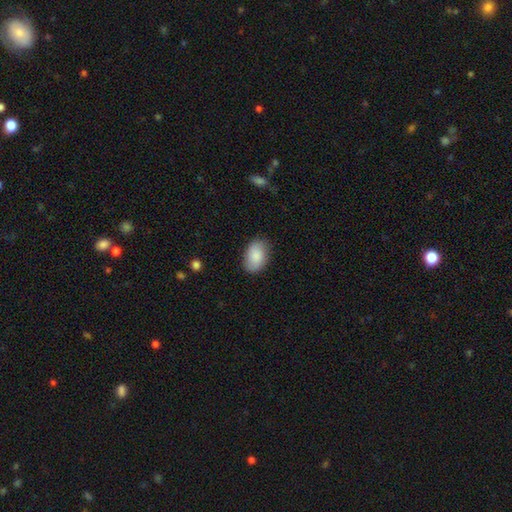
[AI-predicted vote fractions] smooth 78%, featured or disk 15%, star or artifact 7%. Down the decision tree: how rounded — in between (89%); merging — none (79%).